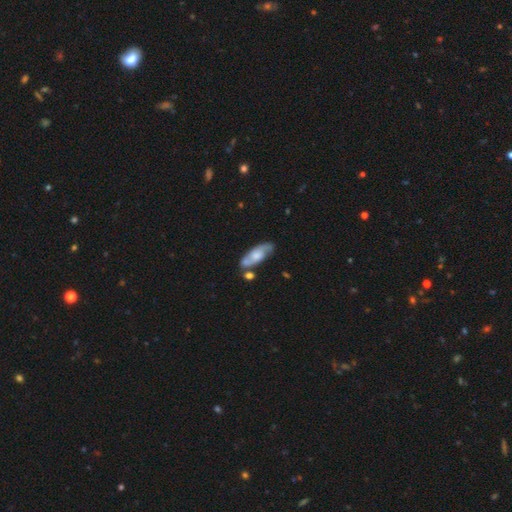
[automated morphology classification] smooth-or-featured: featured or disk: 54% | smooth: 40% | star or artifact: 6%
  disk-edge-on: no: 82% | yes: 18%
  merging: none: 64% | minor disturbance: 17% | merger: 15% | major disturbance: 5%